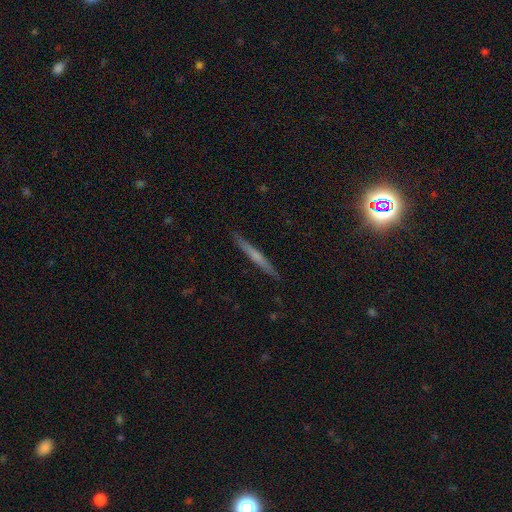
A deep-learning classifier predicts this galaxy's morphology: A smooth galaxy with no disk features (48%). Merging: none (91%).